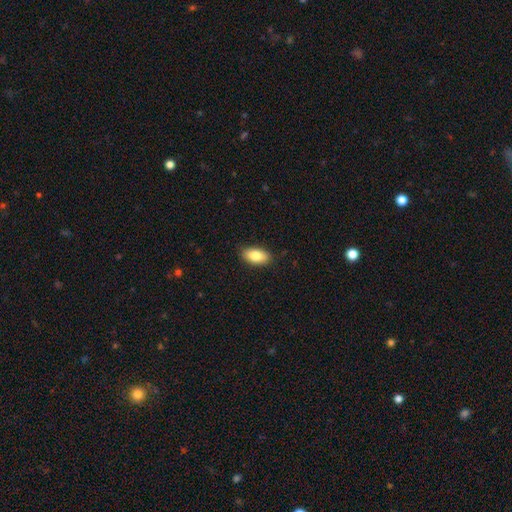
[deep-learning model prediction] smooth-or-featured: smooth: 83% | featured or disk: 10% | star or artifact: 7%
  how-rounded: in between: 91% | cigar-shaped: 5% | round: 4%
  merging: none: 88% | minor disturbance: 9% | major disturbance: 2% | merger: 1%